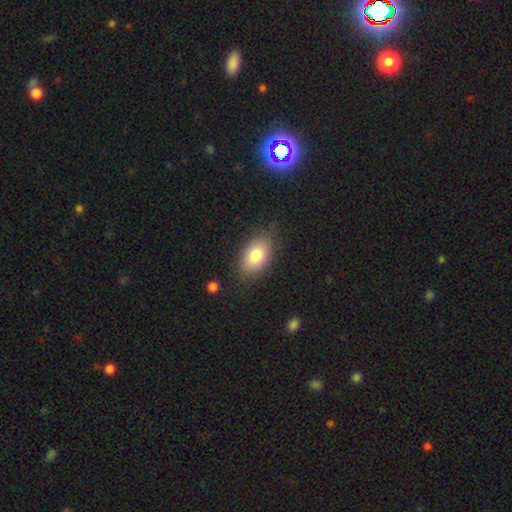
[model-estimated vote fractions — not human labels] Smooth or featured? Predicted: smooth (p=0.81). How rounded? Predicted: in between (p=0.89). Merging? Predicted: none (p=0.81).